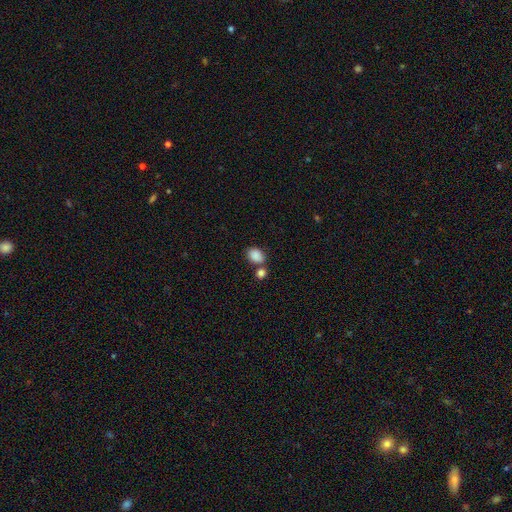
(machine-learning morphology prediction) A smooth galaxy with no disk features (87%) that is in between round and cigar-shaped (71%). Merging: none (57%).